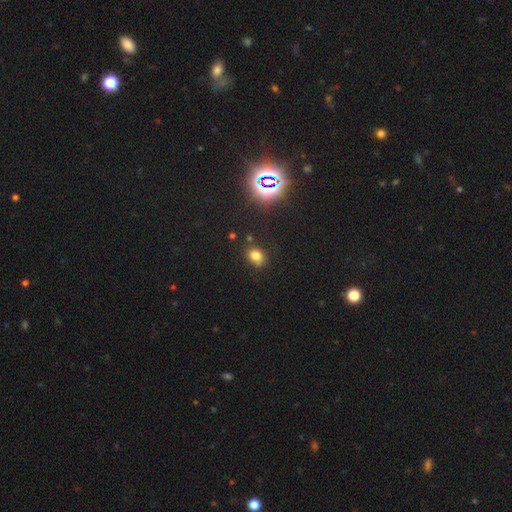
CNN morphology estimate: smooth_or_featured: smooth (p=0.73) [alt: star or artifact p=0.20]
how_rounded: in between (p=0.62) [alt: round p=0.37]
merging: none (p=0.79) [alt: minor disturbance p=0.13]